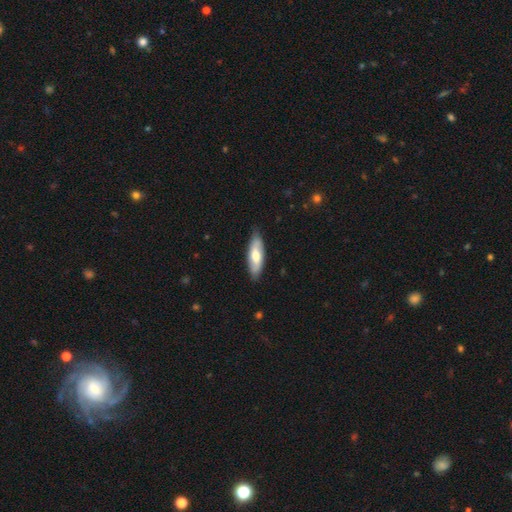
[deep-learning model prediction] Overall: smooth (54%; featured or disk 41%). How rounded: in between (63%; cigar-shaped 35%). Merging: none (83%).